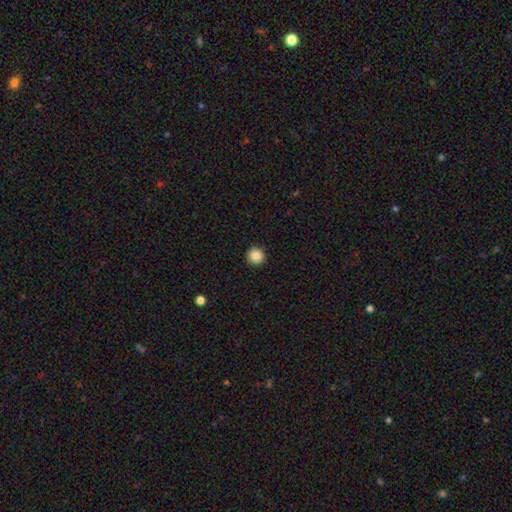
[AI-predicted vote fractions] smooth_or_featured: smooth (p=0.86) [alt: star or artifact p=0.09]
how_rounded: round (p=0.95) [alt: in between p=0.04]
merging: none (p=0.93) [alt: minor disturbance p=0.05]